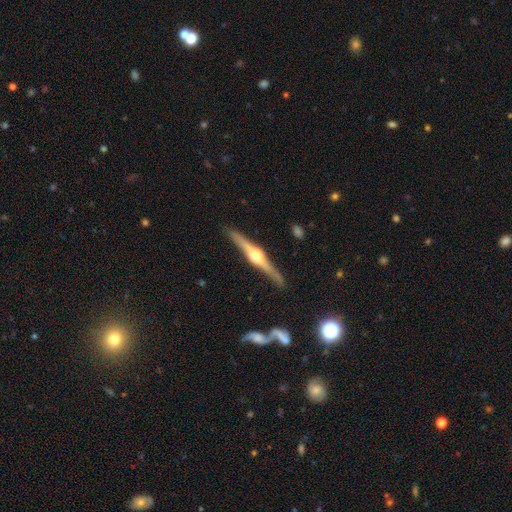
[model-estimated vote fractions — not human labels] Smooth or featured?
  - featured or disk: 83% *
  - smooth: 12%
  - star or artifact: 5%
Edge-on disk?
  - yes: 98% *
  - no: 2%
Edge-on bulge?
  - rounded: 93% *
  - boxy: 5%
  - none: 2%
Merging?
  - none: 90% *
  - minor disturbance: 7%
  - major disturbance: 2%
  - merger: 1%